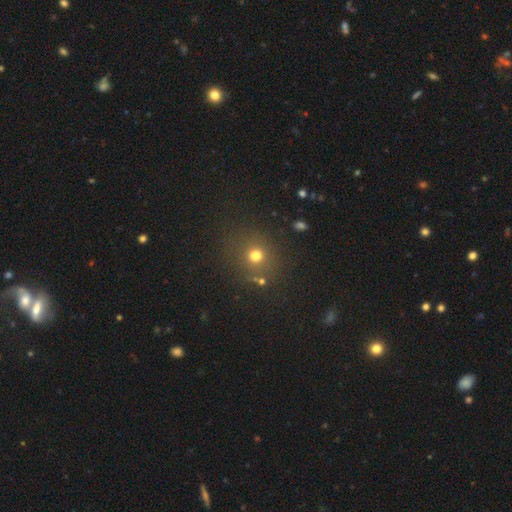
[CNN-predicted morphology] smooth_or_featured: smooth (p=0.71) [alt: star or artifact p=0.21]
how_rounded: round (p=0.87) [alt: in between p=0.12]
merging: none (p=0.81) [alt: minor disturbance p=0.10]